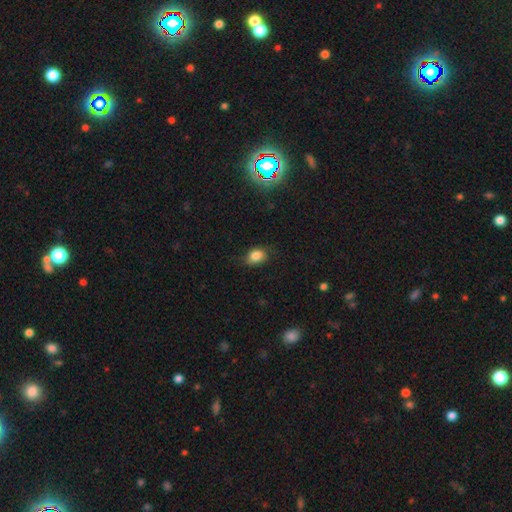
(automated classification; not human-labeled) Q: Smooth or featured?
A: smooth (83%); runner-up: star or artifact (10%)
Q: How rounded?
A: in between (64%); runner-up: round (35%)
Q: Merging?
A: none (71%); runner-up: minor disturbance (22%)